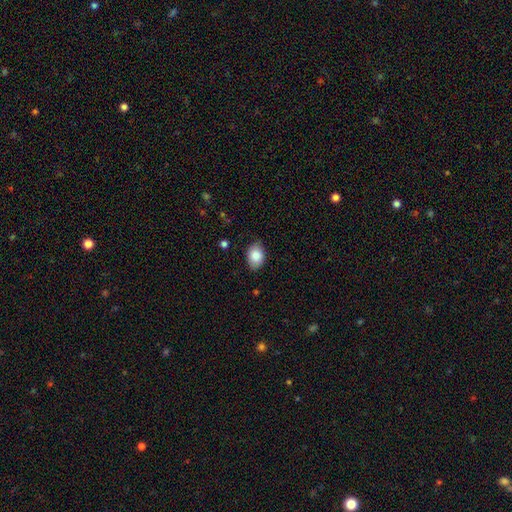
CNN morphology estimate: Overall: smooth (85%). How rounded: in between (79%). Merging: none (81%).